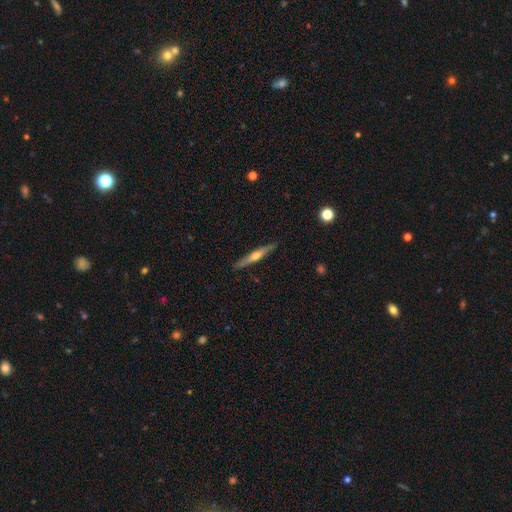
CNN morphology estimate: Smooth or featured? Predicted: featured or disk (p=0.57). Edge-on disk? Predicted: yes (p=0.96). Edge-on bulge? Predicted: rounded (p=0.84). Merging? Predicted: none (p=0.89).